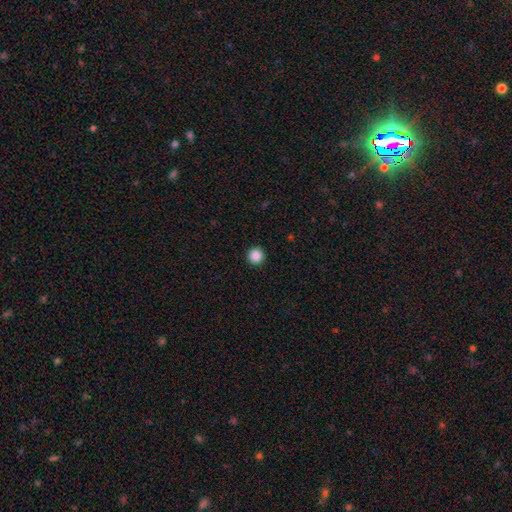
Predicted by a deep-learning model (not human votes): smooth 87%, star or artifact 10%, featured or disk 3%. Down the decision tree: how rounded — round (96%); merging — none (93%).